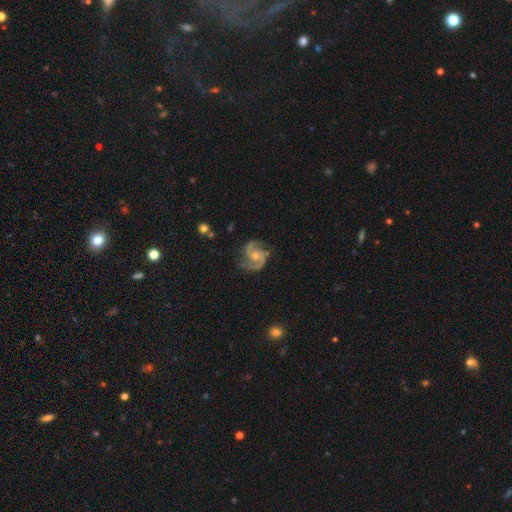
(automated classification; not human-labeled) Morphology: type=featured or disk (92%); edge-on=no (98%); bar=no (62%); spiral arms=yes (98%); winding=medium (61%); arm count=2 (91%); bulge=moderate (46%, tied with small); merging=none (77%).